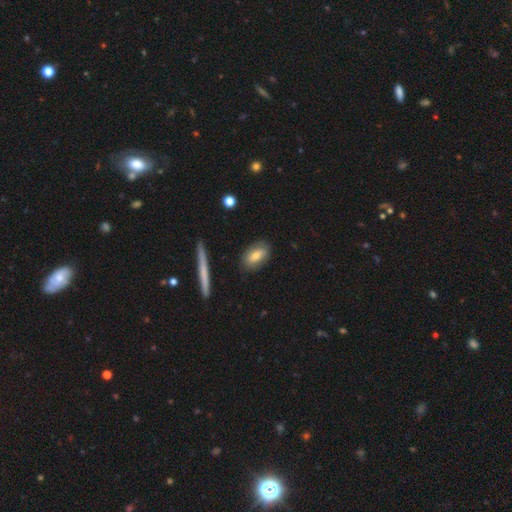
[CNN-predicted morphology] Smooth or featured?
  - smooth: 67% *
  - featured or disk: 26%
  - star or artifact: 7%
How rounded?
  - in between: 83% *
  - cigar-shaped: 9%
  - round: 8%
Merging?
  - none: 81% *
  - minor disturbance: 13%
  - major disturbance: 3%
  - merger: 2%